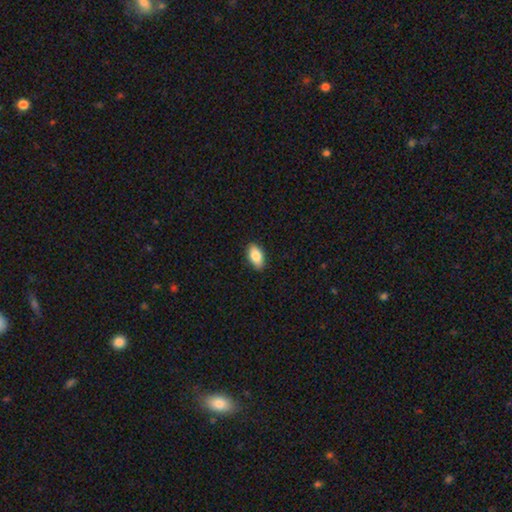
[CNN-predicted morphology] This appears to be a smooth galaxy with no disk features (84%) that is in between round and cigar-shaped (92%). Merging: none (88%).